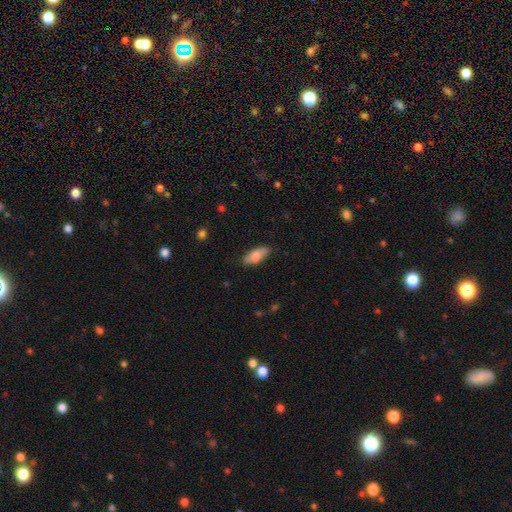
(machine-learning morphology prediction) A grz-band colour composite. It shows a smooth galaxy with no disk features (78%) that is in between round and cigar-shaped (79%). Merging: none (78%).